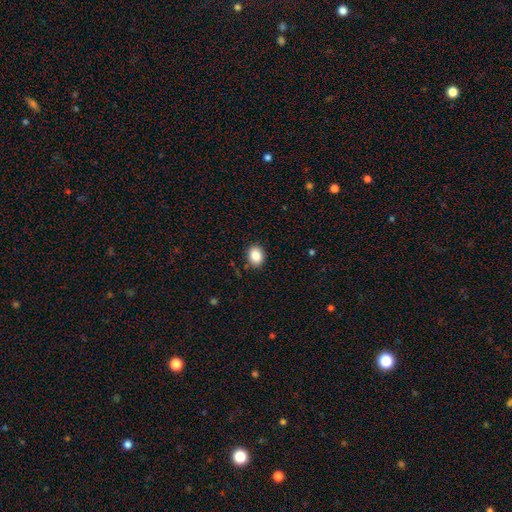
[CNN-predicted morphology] The model was most divided on "how rounded": round: 52%, in between: 47%, cigar-shaped: 1%. More confident: merging — none (88%); smooth or featured — smooth (85%).